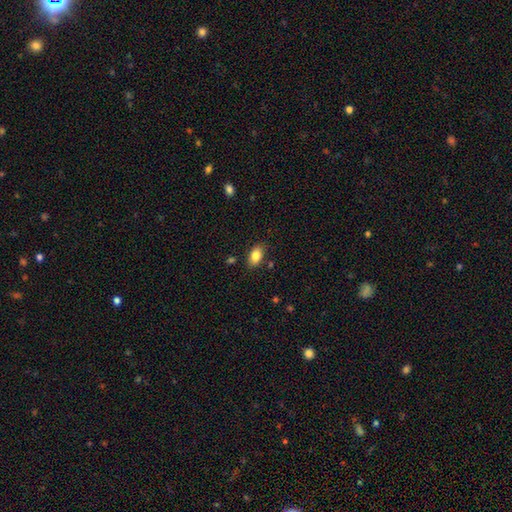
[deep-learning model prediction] A smooth galaxy with no disk features (84%) that is in between round and cigar-shaped (91%).

Vote fractions:
- Smooth or featured? smooth: 84% / star or artifact: 8% / featured or disk: 8%
- How rounded? in between: 91% / round: 7% / cigar-shaped: 2%
- Merging? none: 84% / minor disturbance: 11% / major disturbance: 3% / merger: 2%